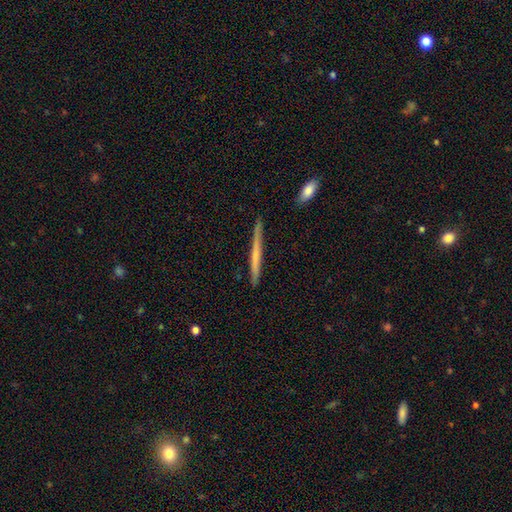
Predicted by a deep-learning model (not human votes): Smooth or featured? Predicted: featured or disk (p=0.48). Merging? Predicted: none (p=0.88).